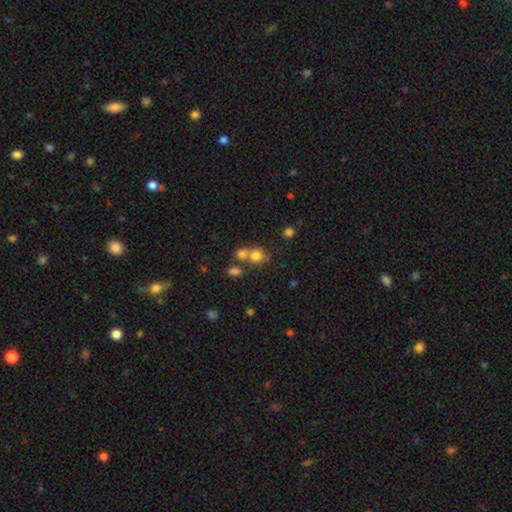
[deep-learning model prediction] smooth 77%, star or artifact 13%, featured or disk 10%. Down the decision tree: how rounded — round (71%); merging — none (45%).